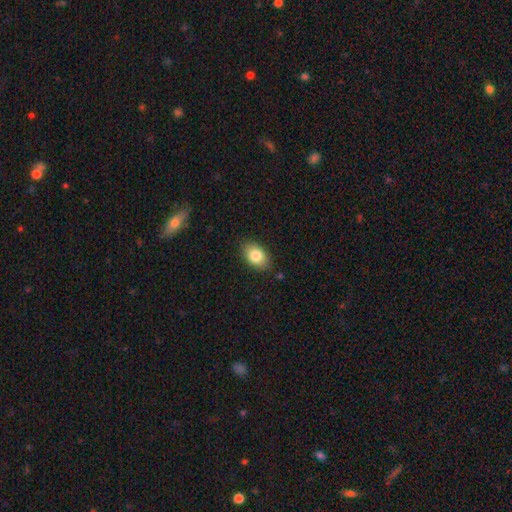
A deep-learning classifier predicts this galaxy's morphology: smooth-or-featured: smooth: 83% | featured or disk: 9% | star or artifact: 8%
  how-rounded: in between: 85% | round: 14% | cigar-shaped: 1%
  merging: none: 85% | minor disturbance: 11% | major disturbance: 2% | merger: 1%